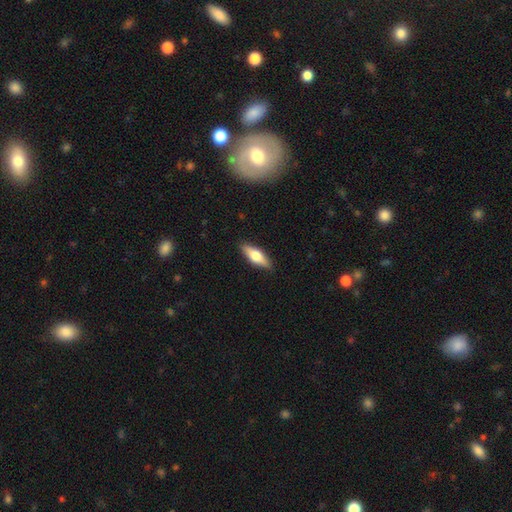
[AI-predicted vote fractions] Morphology: type=smooth (52%); roundness=in between (57%); merging=none (89%).